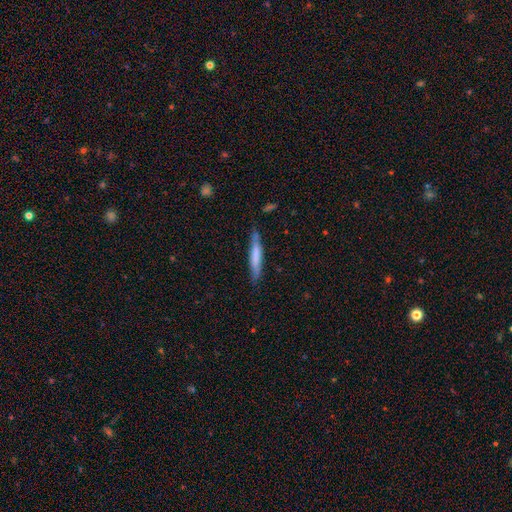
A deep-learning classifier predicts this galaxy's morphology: The model was most divided on "smooth or featured": smooth: 64%, featured or disk: 31%, star or artifact: 6%. More confident: how rounded — cigar-shaped (93%); merging — none (79%).